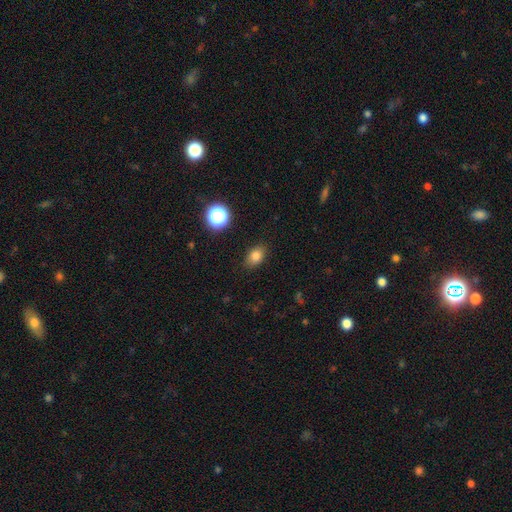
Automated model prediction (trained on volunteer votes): This is clearly a smooth galaxy (80%). How rounded: likely in between (72%). Merging: clearly none (85%).